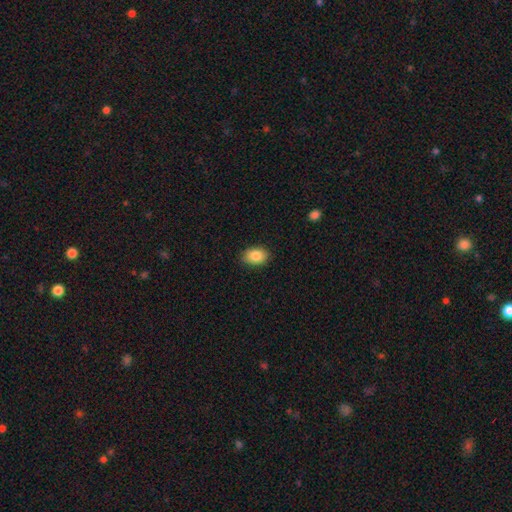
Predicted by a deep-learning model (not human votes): smooth-or-featured: smooth: 86% | star or artifact: 7% | featured or disk: 7%
  how-rounded: in between: 82% | round: 17% | cigar-shaped: 1%
  merging: none: 88% | minor disturbance: 9% | major disturbance: 2% | merger: 1%